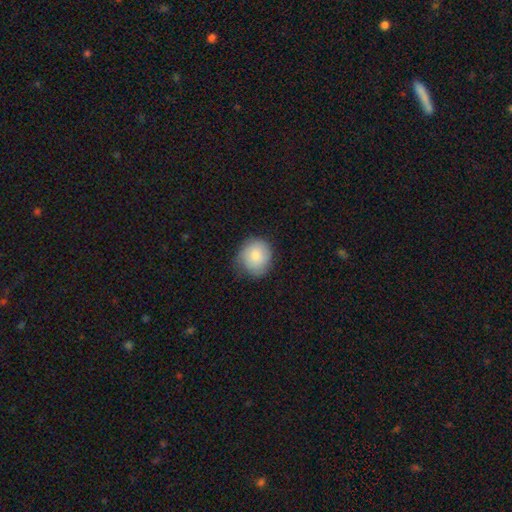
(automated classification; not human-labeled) Smooth or featured? smooth (83%)
How rounded? round (79%)
Merging? none (66%)